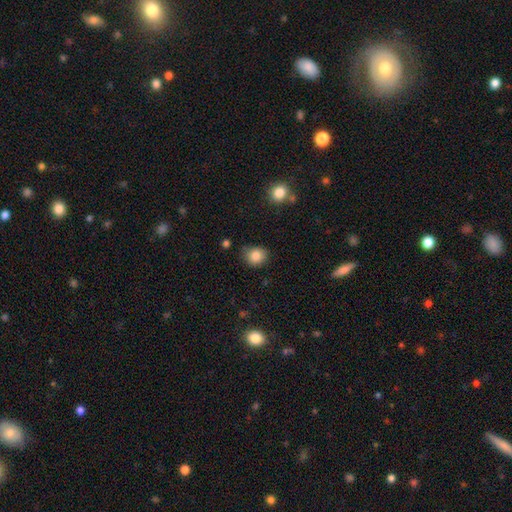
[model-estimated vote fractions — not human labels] smooth_or_featured: smooth (p=0.85) [alt: star or artifact p=0.10]
how_rounded: round (p=0.71) [alt: in between p=0.28]
merging: none (p=0.74) [alt: minor disturbance p=0.20]